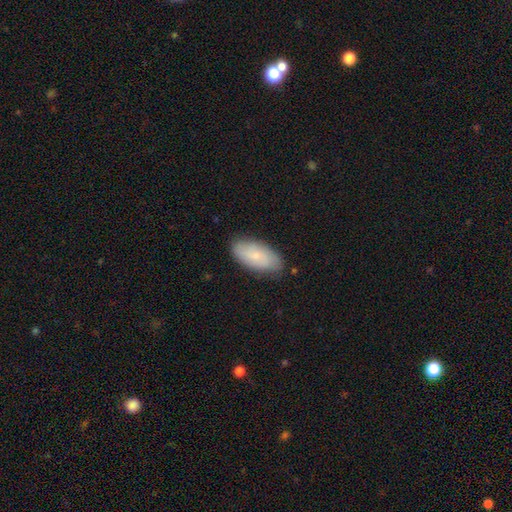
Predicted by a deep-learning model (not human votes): Smooth or featured?
  - smooth: 72% *
  - featured or disk: 22%
  - star or artifact: 6%
How rounded?
  - in between: 91% *
  - cigar-shaped: 7%
  - round: 2%
Merging?
  - none: 81% *
  - minor disturbance: 15%
  - major disturbance: 3%
  - merger: 1%